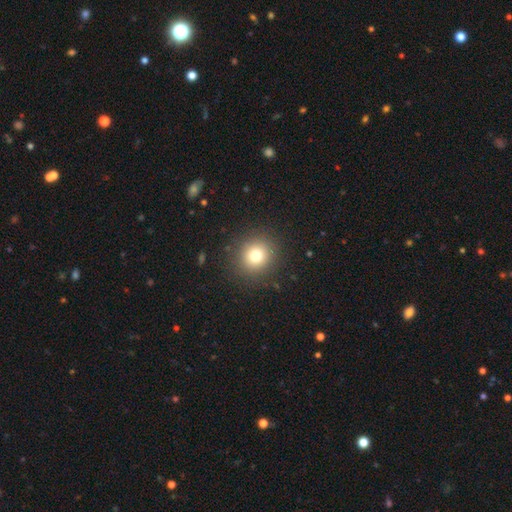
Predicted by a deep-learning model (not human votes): Overall: smooth (77%). How rounded: round (88%). Merging: none (89%).